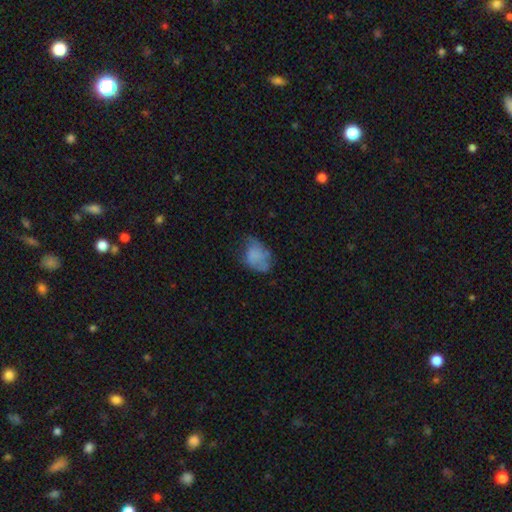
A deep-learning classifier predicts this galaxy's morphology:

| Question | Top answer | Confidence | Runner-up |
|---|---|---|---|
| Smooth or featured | smooth | 68% | featured or disk (22%) |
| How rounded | in between | 76% | round (23%) |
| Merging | none | 41% | minor disturbance (36%) |